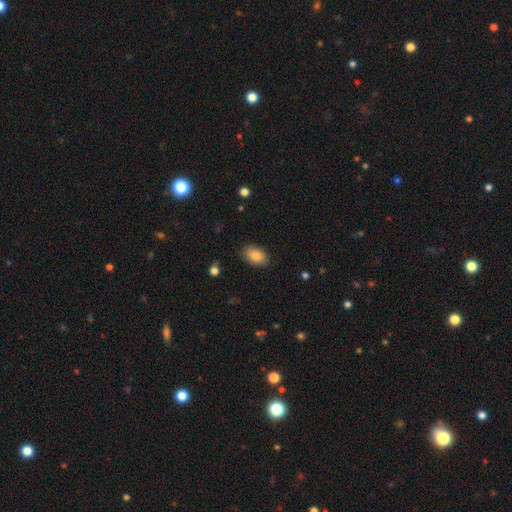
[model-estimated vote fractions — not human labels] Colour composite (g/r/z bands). It shows a smooth galaxy with no disk features (86%) that is in between round and cigar-shaped (91%). Merging: none (86%).